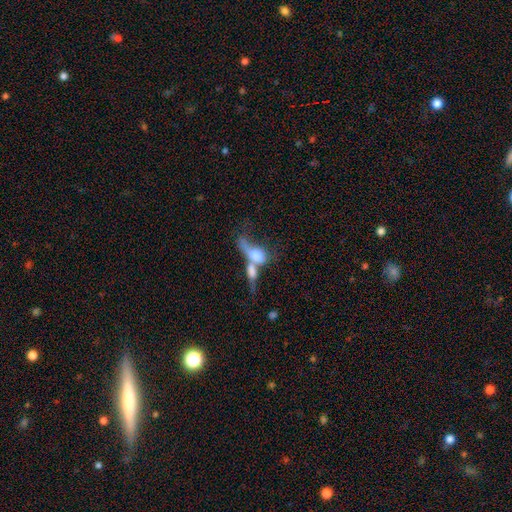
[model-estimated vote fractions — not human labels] Smooth or featured?
  - smooth: 56% *
  - featured or disk: 35%
  - star or artifact: 9%
How rounded?
  - in between: 64% *
  - cigar-shaped: 19%
  - round: 17%
Merging?
  - merger: 73% *
  - major disturbance: 13%
  - none: 9%
  - minor disturbance: 5%